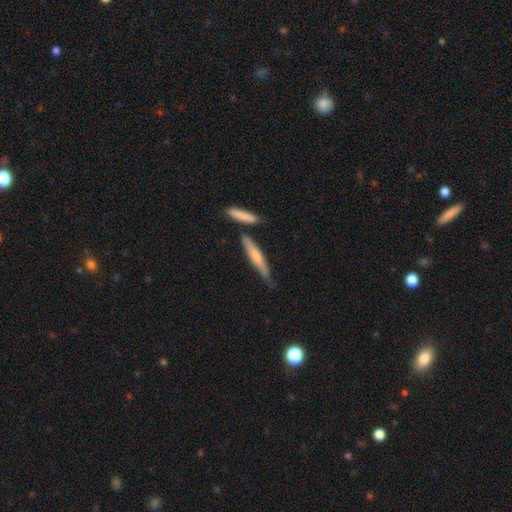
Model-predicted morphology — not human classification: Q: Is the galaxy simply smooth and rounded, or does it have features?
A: featured or disk — 63%.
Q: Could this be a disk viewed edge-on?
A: yes — 93%.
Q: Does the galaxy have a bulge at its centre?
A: rounded — 76%.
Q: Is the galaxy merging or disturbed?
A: none — 74%.